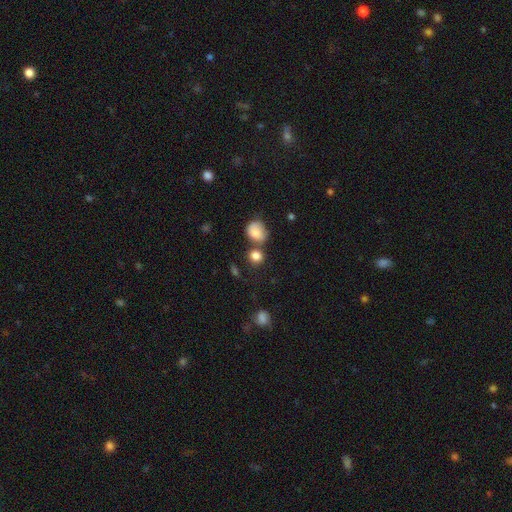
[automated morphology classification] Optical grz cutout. It shows a smooth galaxy with no disk features (83%) that is round (72%). Merging: none (56%).